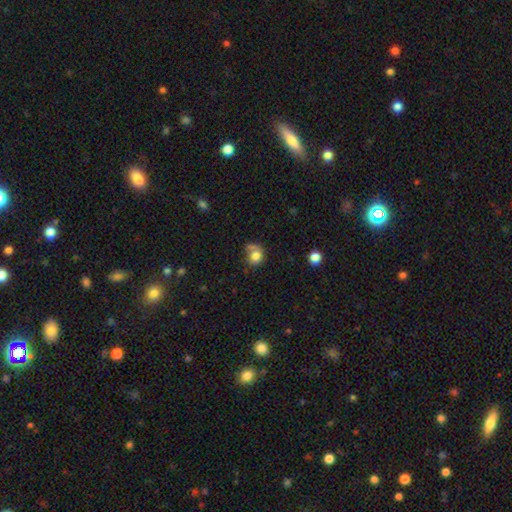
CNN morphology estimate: This is likely a smooth galaxy (77%). How rounded: likely round (65%). Merging: possibly none (45%).